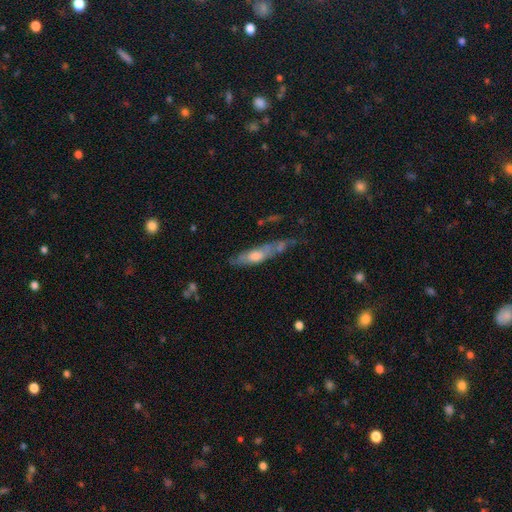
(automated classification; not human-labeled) A featured or disk galaxy (52%) viewed edge-on (51%).

Vote fractions:
- Smooth or featured? featured or disk: 52% / smooth: 40% / star or artifact: 7%
- Edge-on disk? yes: 51% / no: 49%
- Merging? none: 44% / minor disturbance: 29% / major disturbance: 16% / merger: 11%